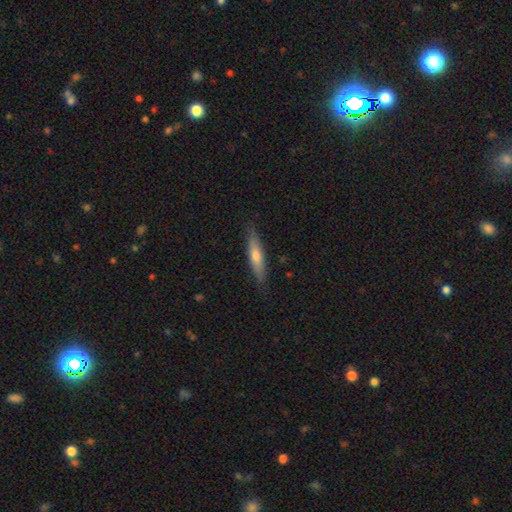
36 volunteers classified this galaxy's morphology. Smooth or featured?
  - featured or disk: 53% *
  - smooth: 39%
  - star or artifact: 8%
Edge-on disk?
  - yes: 84% *
  - no: 16%
Edge-on bulge?
  - none: 50% * (tied)
  - rounded: 50% * (tied)
  - boxy: 0%
Merging?
  - none: 97% *
  - minor disturbance: 3%
  - major disturbance: 0%
  - merger: 0%